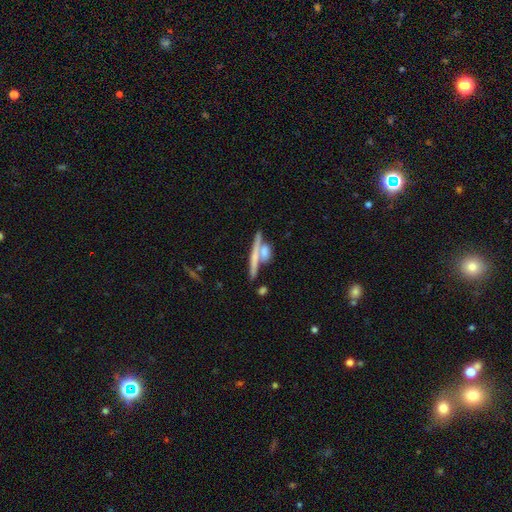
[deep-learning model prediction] smooth_or_featured: featured or disk (p=0.47) [alt: smooth p=0.43]
merging: none (p=0.50) [alt: merger p=0.37]